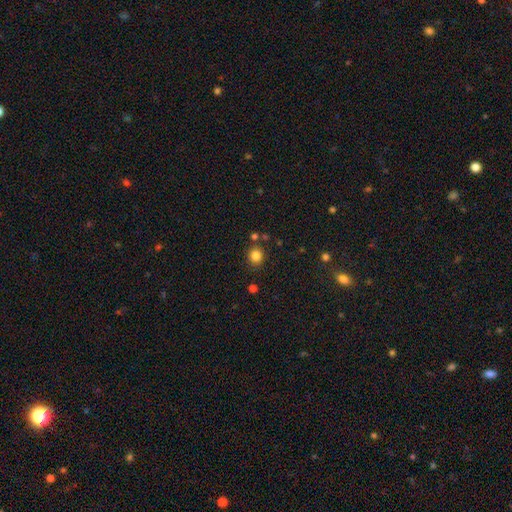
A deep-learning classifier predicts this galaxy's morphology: A smooth galaxy with no disk features (83%) that is round (83%).

Vote fractions:
- Smooth or featured? smooth: 83% / star or artifact: 12% / featured or disk: 5%
- How rounded? round: 83% / in between: 16% / cigar-shaped: 1%
- Merging? none: 82% / minor disturbance: 9% / merger: 6% / major disturbance: 3%